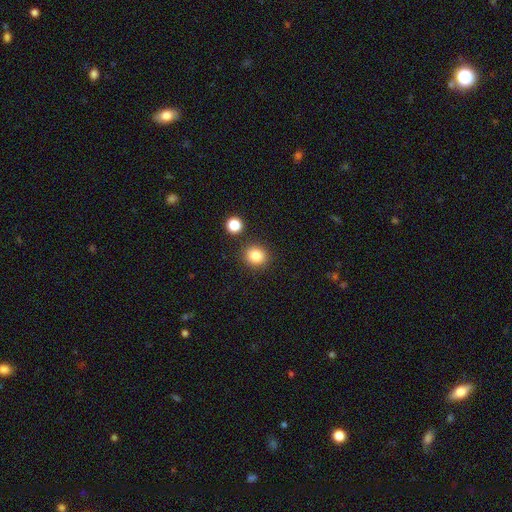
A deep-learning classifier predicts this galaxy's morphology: type=smooth (84%); roundness=round (82%); merging=none (86%).